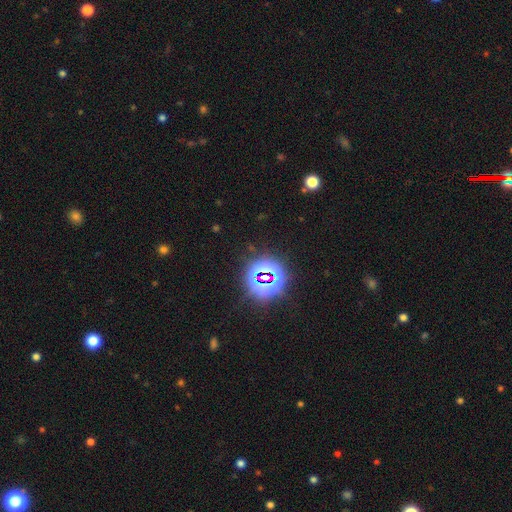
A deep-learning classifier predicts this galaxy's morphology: This is likely a star or artifact rather than a galaxy (80%).